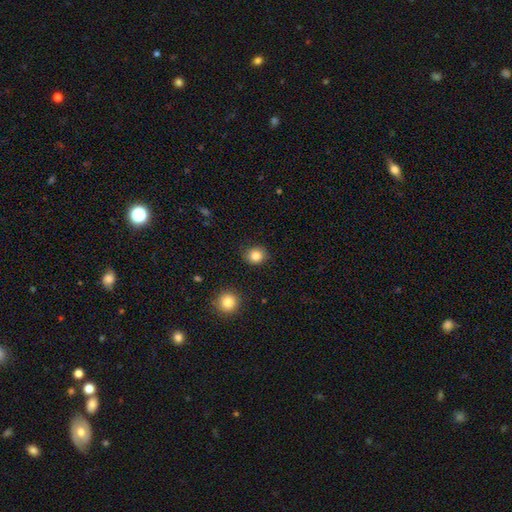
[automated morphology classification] smooth 83%, star or artifact 11%, featured or disk 6%. Down the decision tree: how rounded — round (79%); merging — none (87%).